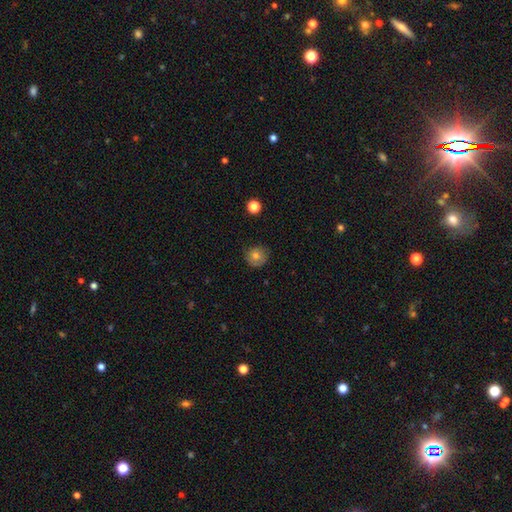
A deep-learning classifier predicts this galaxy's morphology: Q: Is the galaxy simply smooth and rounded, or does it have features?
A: smooth — 75%.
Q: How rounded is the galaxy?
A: round — 89%.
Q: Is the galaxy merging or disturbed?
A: none — 80%.